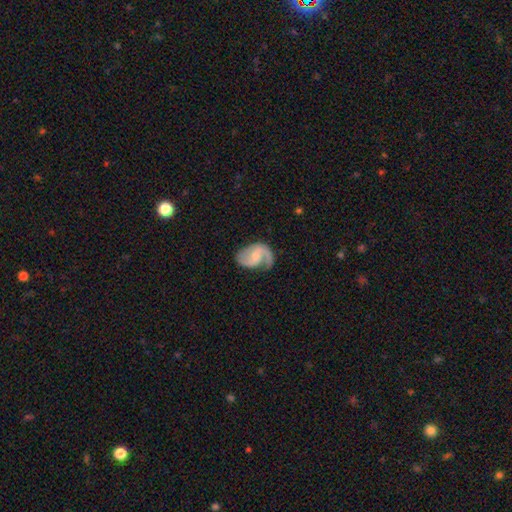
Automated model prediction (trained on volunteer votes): smooth_or_featured: featured or disk (p=0.84) [alt: smooth p=0.12]
disk_edge_on: no (p=0.98) [alt: yes p=0.02]
bar: weak (p=0.45) [alt: no p=0.44]
has_spiral_arms: yes (p=0.96) [alt: no p=0.04]
spiral_winding: medium (p=0.49) [alt: loose p=0.35]
spiral_arm_count: 2 (p=0.75) [alt: 1 p=0.20]
bulge_size: small (p=0.44) [alt: moderate p=0.31]
merging: none (p=0.60) [alt: minor disturbance p=0.22]